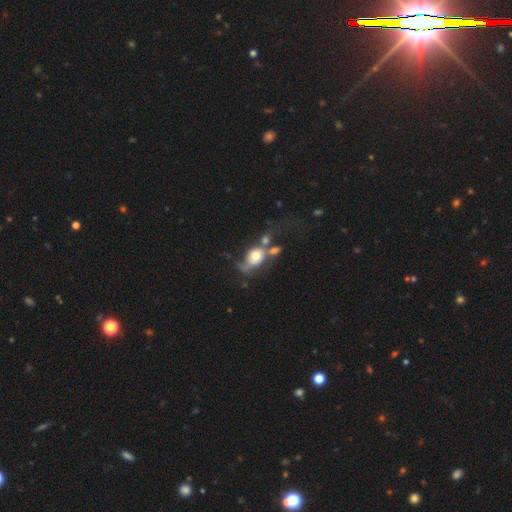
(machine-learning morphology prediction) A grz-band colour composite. It shows a smooth galaxy with no disk features (57%) that is in between round and cigar-shaped (54%). Merging: merger (46%).